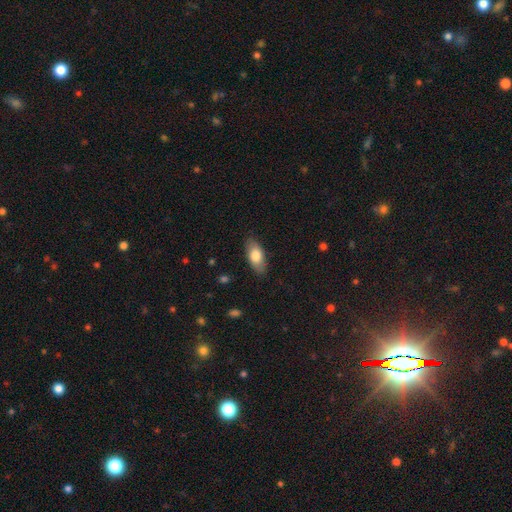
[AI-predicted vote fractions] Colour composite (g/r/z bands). It shows a smooth galaxy with no disk features (77%) that is in between round and cigar-shaped (87%). Merging: none (84%).